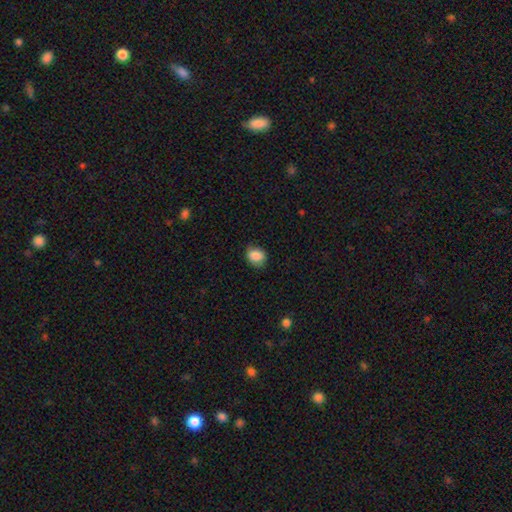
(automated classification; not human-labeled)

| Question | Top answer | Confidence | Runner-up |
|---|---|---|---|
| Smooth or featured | smooth | 87% | star or artifact (8%) |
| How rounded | round | 53% | in between (46%) |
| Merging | none | 75% | minor disturbance (20%) |